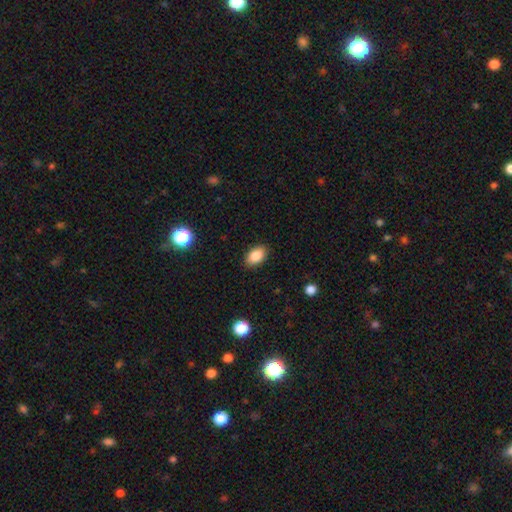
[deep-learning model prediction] Overall: smooth (87%). How rounded: in between (90%). Merging: none (88%).